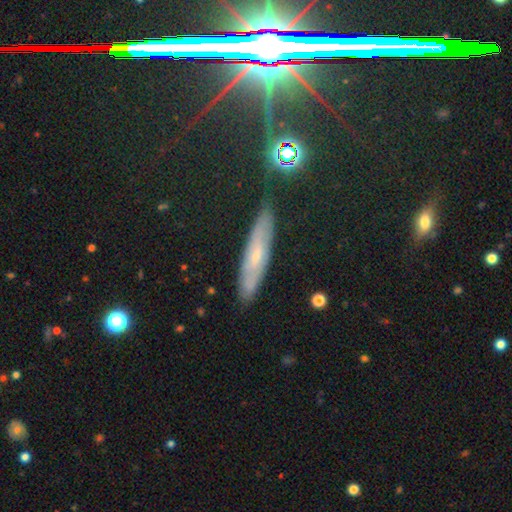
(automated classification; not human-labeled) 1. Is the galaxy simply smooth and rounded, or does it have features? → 51% featured or disk, 35% smooth, 14% star or artifact.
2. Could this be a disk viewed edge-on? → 53% yes, 47% no.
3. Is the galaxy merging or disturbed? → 84% none, 12% minor disturbance, 2% major disturbance, 2% merger.